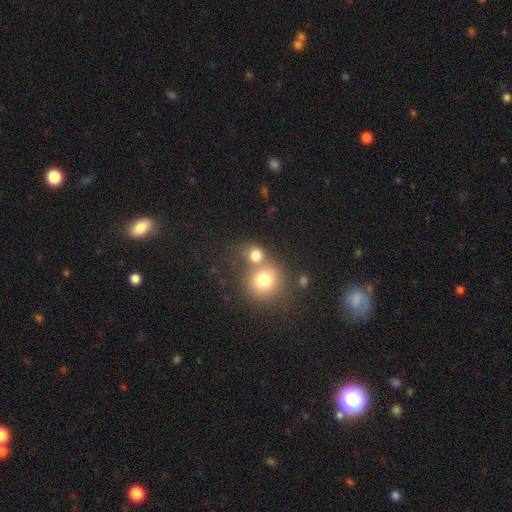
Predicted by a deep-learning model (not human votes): A smooth galaxy with no disk features (76%) that is round (80%).

Vote fractions:
- Smooth or featured? smooth: 76% / star or artifact: 13% / featured or disk: 11%
- How rounded? round: 80% / in between: 19% / cigar-shaped: 1%
- Merging? merger: 49% / none: 39% / minor disturbance: 8% / major disturbance: 4%